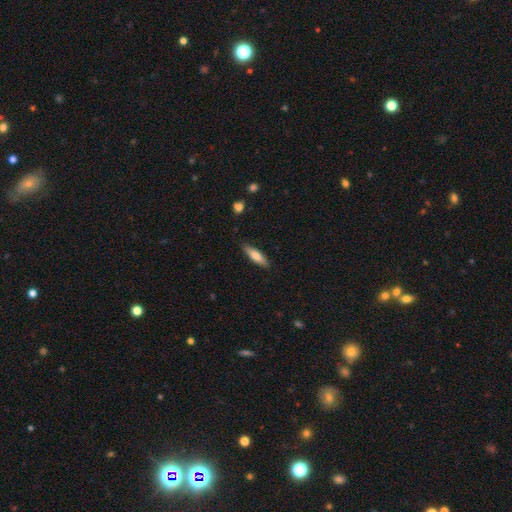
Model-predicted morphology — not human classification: A smooth galaxy with no disk features (72%) that is cigar-shaped (65%). Merging: none (87%).